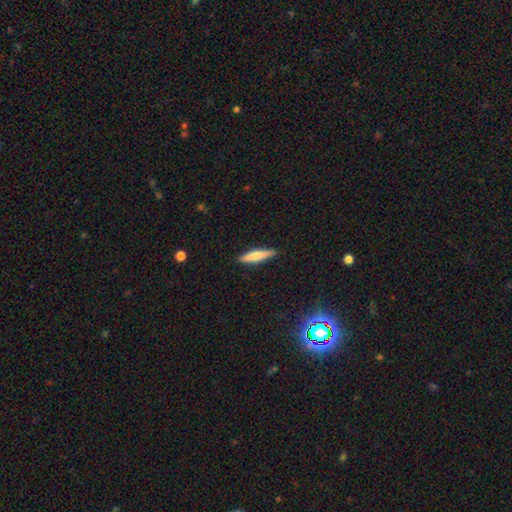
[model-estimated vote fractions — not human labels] smooth-or-featured: smooth: 68% | featured or disk: 26% | star or artifact: 6%
  how-rounded: cigar-shaped: 83% | in between: 15% | round: 2%
  merging: none: 88% | minor disturbance: 9% | major disturbance: 2% | merger: 1%